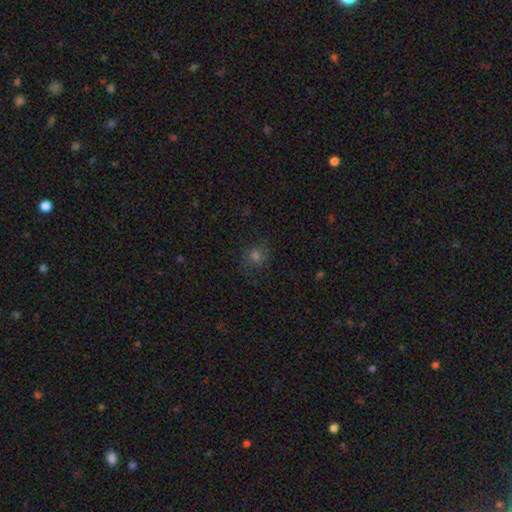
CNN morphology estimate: Q: Smooth or featured?
A: smooth (64%); runner-up: star or artifact (25%)
Q: How rounded?
A: round (85%); runner-up: in between (14%)
Q: Merging?
A: none (81%); runner-up: minor disturbance (13%)